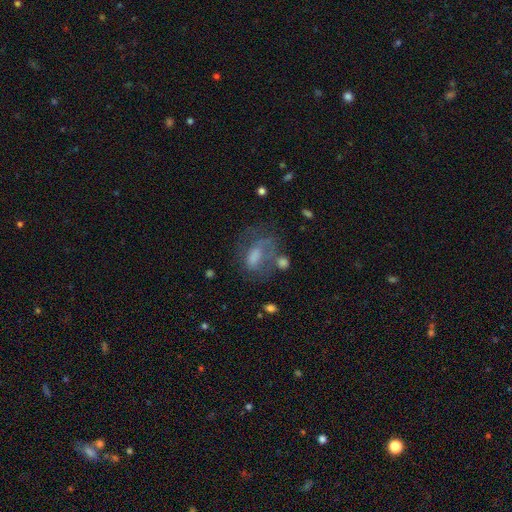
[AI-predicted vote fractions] Smooth or featured?
  - smooth: 47% *
  - featured or disk: 40%
  - star or artifact: 13%
Merging?
  - major disturbance: 35% *
  - none: 33%
  - minor disturbance: 21%
  - merger: 11%